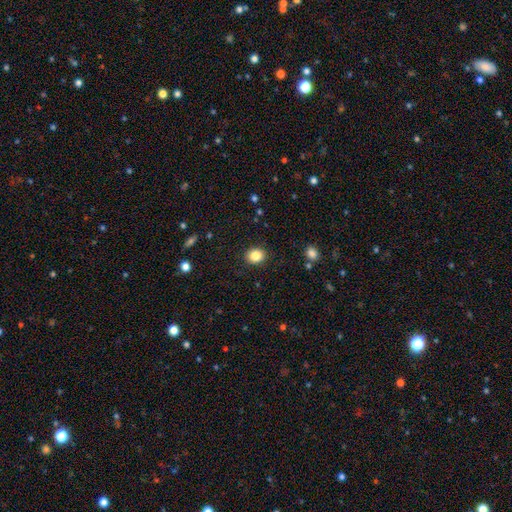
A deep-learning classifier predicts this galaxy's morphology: smooth_or_featured: smooth (p=0.85) [alt: star or artifact p=0.10]
how_rounded: round (p=0.66) [alt: in between p=0.33]
merging: none (p=0.90) [alt: minor disturbance p=0.07]